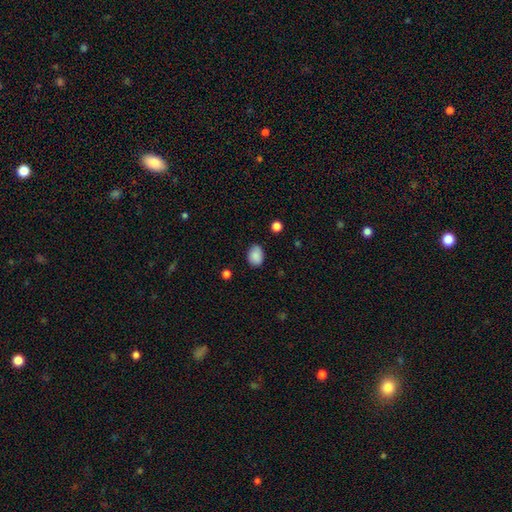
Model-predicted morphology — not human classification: Q: Smooth or featured?
A: smooth (88%); runner-up: star or artifact (8%)
Q: How rounded?
A: in between (69%); runner-up: round (30%)
Q: Merging?
A: none (80%); runner-up: minor disturbance (16%)